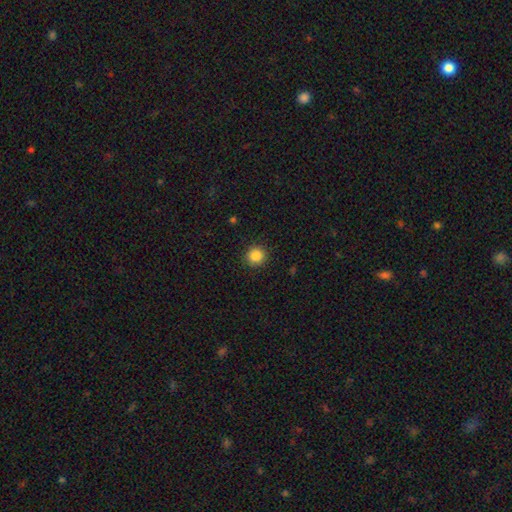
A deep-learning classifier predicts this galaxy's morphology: The model was most divided on "smooth or featured": smooth: 87%, star or artifact: 10%, featured or disk: 3%. More confident: how rounded — round (93%); merging — none (91%).